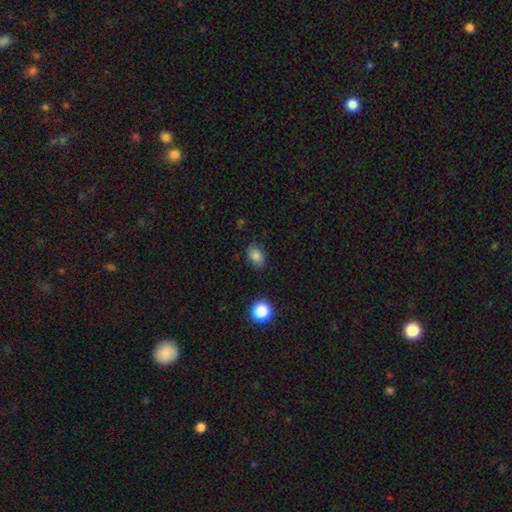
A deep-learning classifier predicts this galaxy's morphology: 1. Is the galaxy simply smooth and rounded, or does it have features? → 82% smooth, 13% star or artifact, 6% featured or disk.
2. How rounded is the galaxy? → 75% in between, 24% round, 1% cigar-shaped.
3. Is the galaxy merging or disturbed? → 82% none, 13% minor disturbance, 3% major disturbance, 2% merger.